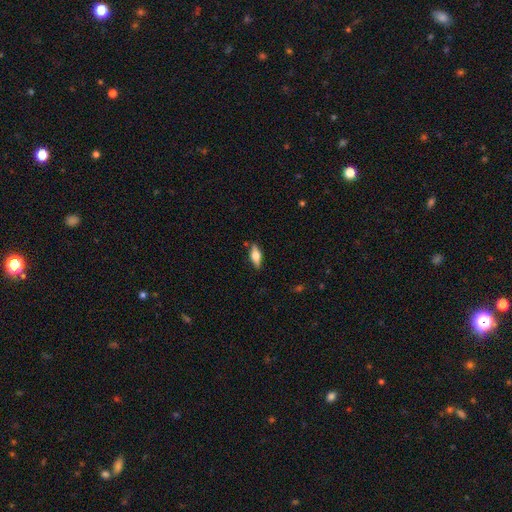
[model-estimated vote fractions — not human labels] smooth-or-featured: smooth: 52% | featured or disk: 41% | star or artifact: 7%
  how-rounded: in between: 68% | cigar-shaped: 29% | round: 3%
  merging: none: 83% | minor disturbance: 12% | major disturbance: 3% | merger: 2%